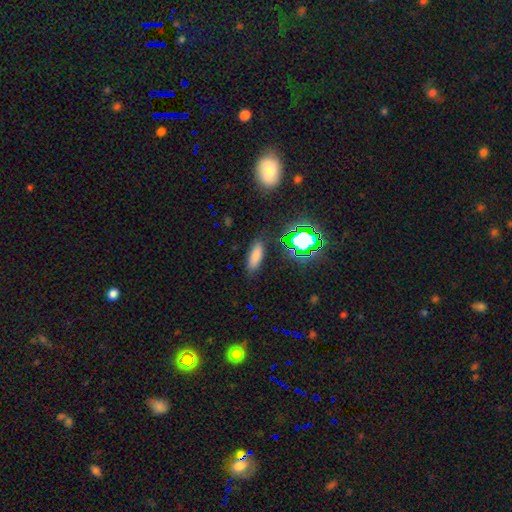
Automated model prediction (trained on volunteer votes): Morphology: type=smooth (71%); roundness=in between (62%); merging=none (86%).